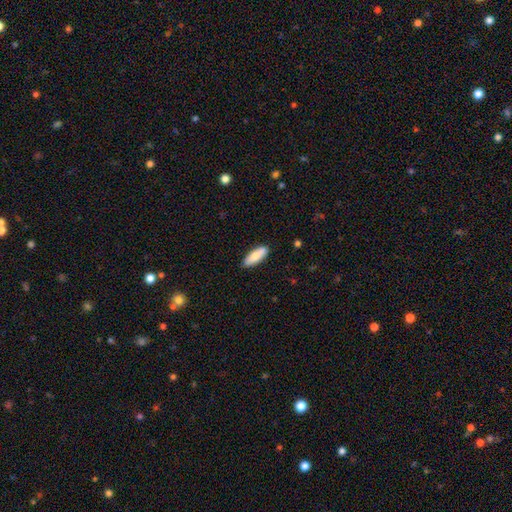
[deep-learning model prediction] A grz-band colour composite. It shows a smooth galaxy with no disk features (78%) that is in between round and cigar-shaped (63%). Merging: none (84%).